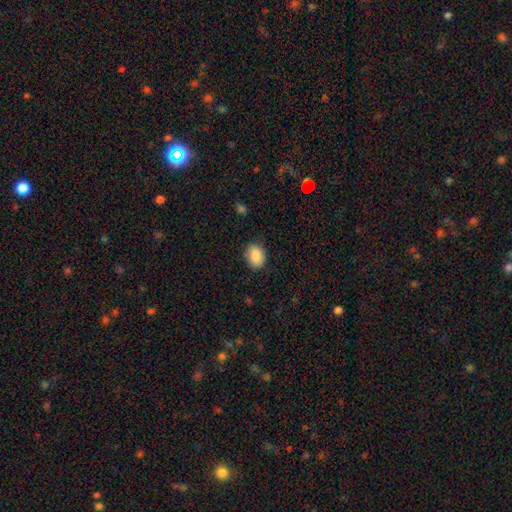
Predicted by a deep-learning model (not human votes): This is clearly a smooth galaxy (88%). How rounded: likely in between (72%). Merging: clearly none (81%).